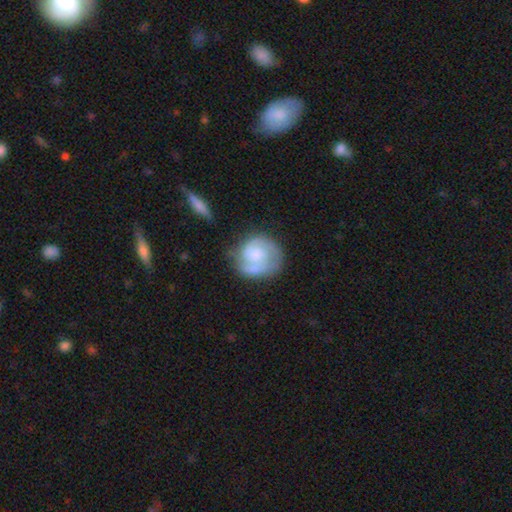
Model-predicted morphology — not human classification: Smooth or featured?
  - featured or disk: 63% *
  - smooth: 31%
  - star or artifact: 6%
Edge-on disk?
  - no: 98% *
  - yes: 2%
Bar?
  - no: 70% *
  - weak: 26%
  - strong: 4%
Spiral arms?
  - yes: 84% *
  - no: 16%
Spiral winding?
  - tight: 49% *
  - medium: 37%
  - loose: 14%
Spiral arm count?
  - 2: 48% *
  - can't tell: 21%
  - 1: 17%
  - 3: 9%
  - 4: 2%
  - more than 4: 2%
Bulge size?
  - small: 43% *
  - moderate: 33%
  - none: 14%
  - large: 8%
  - dominant: 2%
Merging?
  - none: 59% *
  - minor disturbance: 22%
  - major disturbance: 13%
  - merger: 6%